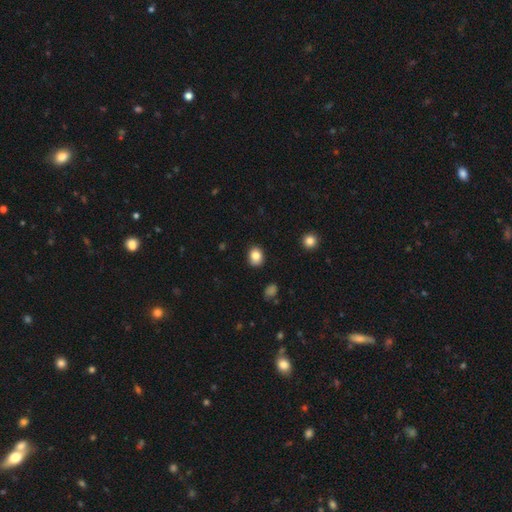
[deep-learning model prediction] smooth 83%, star or artifact 10%, featured or disk 7%. Down the decision tree: how rounded — round (54%); merging — none (87%).